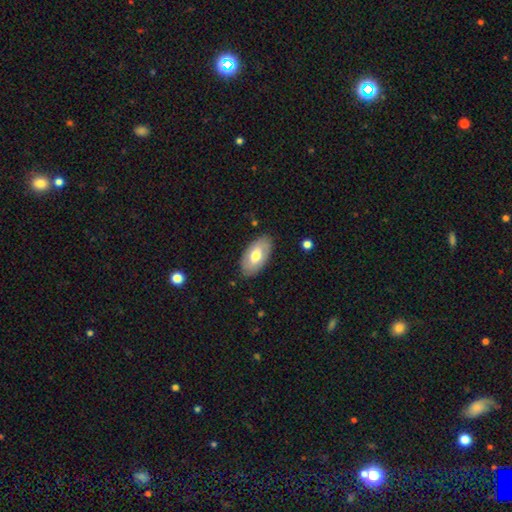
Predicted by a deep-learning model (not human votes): smooth_or_featured: smooth (p=0.63) [alt: featured or disk p=0.31]
how_rounded: in between (p=0.94) [alt: round p=0.03]
merging: none (p=0.84) [alt: minor disturbance p=0.12]